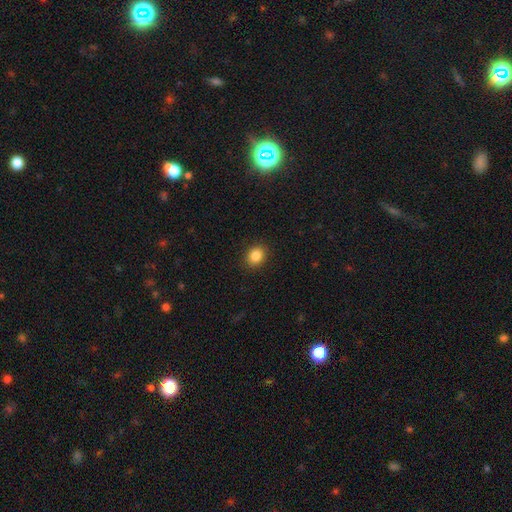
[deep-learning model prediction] smooth_or_featured: smooth (p=0.85) [alt: star or artifact p=0.10]
how_rounded: round (p=0.58) [alt: in between p=0.41]
merging: none (p=0.90) [alt: minor disturbance p=0.07]